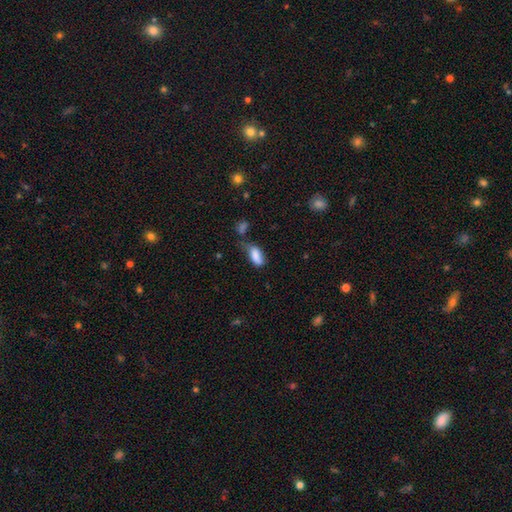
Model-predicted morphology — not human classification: Overall: smooth (83%). How rounded: in between (87%). Merging: none (36%; minor disturbance 34%).